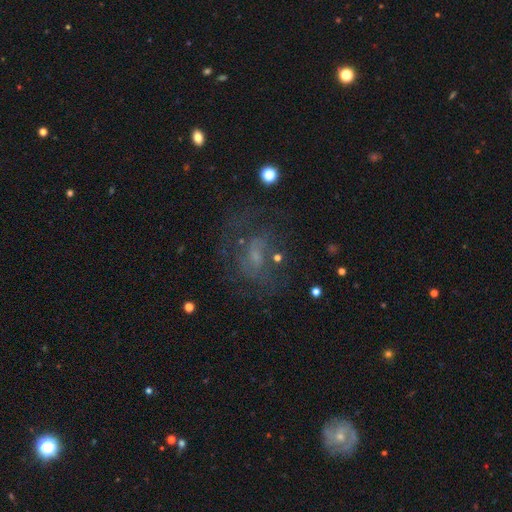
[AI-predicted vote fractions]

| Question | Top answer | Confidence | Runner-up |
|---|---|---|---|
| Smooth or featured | featured or disk | 53% | smooth (28%) |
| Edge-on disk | no | 97% | yes (3%) |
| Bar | no | 66% | weak (29%) |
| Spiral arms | yes | 54% | no (46%) |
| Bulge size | small | 51% | none (24%) |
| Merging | none | 51% | major disturbance (27%) |